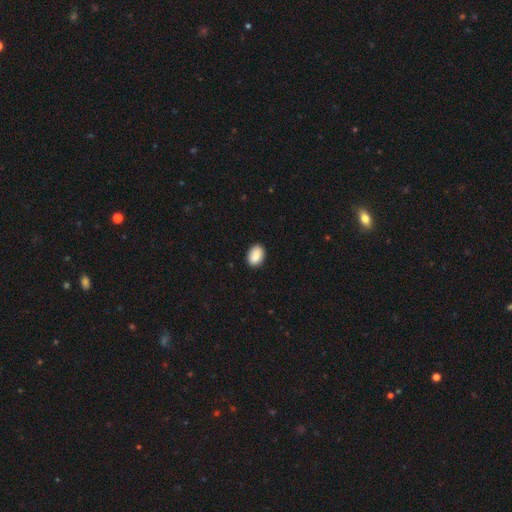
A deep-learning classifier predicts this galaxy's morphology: Smooth or featured?
  - smooth: 89% *
  - star or artifact: 7%
  - featured or disk: 4%
How rounded?
  - in between: 84% *
  - round: 15%
  - cigar-shaped: 1%
Merging?
  - none: 89% *
  - minor disturbance: 9%
  - major disturbance: 2%
  - merger: 1%